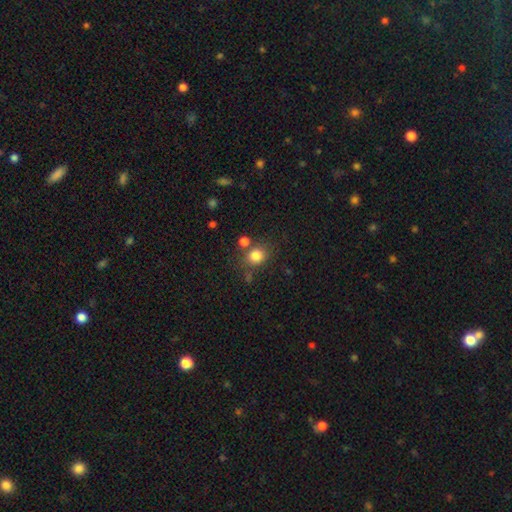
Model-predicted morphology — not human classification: Smooth or featured? Predicted: smooth (p=0.82). How rounded? Predicted: round (p=0.76). Merging? Predicted: none (p=0.70).